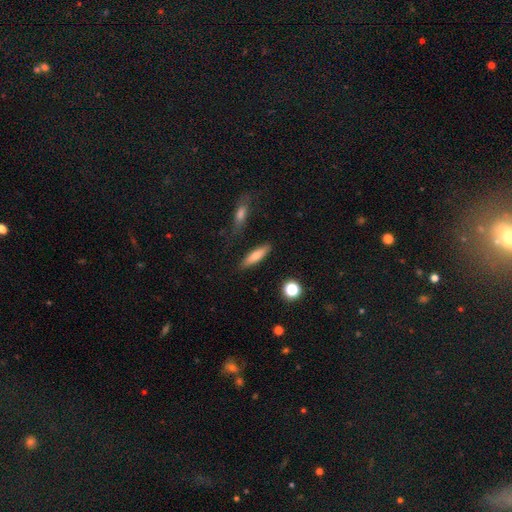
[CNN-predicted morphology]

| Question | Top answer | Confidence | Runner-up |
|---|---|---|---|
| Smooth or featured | smooth | 76% | featured or disk (17%) |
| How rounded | cigar-shaped | 67% | in between (31%) |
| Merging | none | 84% | minor disturbance (10%) |